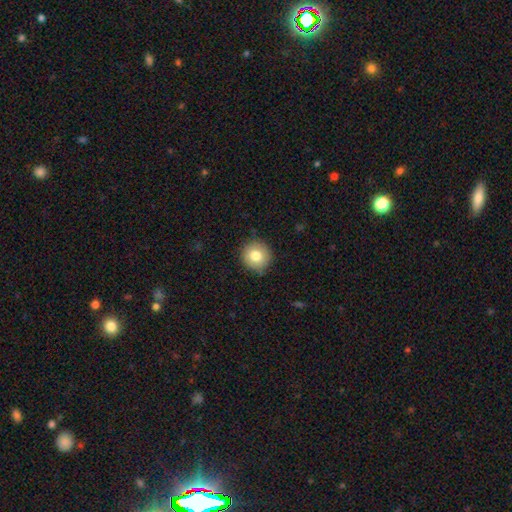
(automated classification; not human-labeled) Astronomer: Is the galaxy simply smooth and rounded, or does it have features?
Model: smooth — 79%.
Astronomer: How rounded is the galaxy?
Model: round — 93%.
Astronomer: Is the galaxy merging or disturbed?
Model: none — 86%.